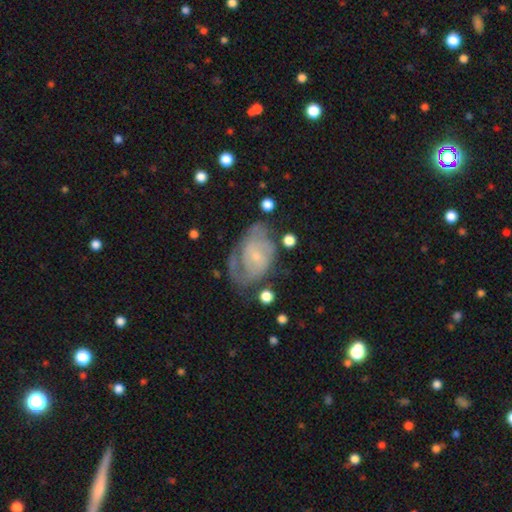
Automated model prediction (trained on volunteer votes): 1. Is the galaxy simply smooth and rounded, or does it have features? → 72% featured or disk, 22% smooth, 7% star or artifact.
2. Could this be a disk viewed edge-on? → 97% no, 3% yes.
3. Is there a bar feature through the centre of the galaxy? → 59% no, 34% weak, 7% strong.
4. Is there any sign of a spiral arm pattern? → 81% yes, 19% no.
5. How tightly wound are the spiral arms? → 47% tight, 37% medium, 16% loose.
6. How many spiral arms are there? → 38% 2, 37% can't tell, 12% 1, 7% 3, 3% 4, 2% more than 4.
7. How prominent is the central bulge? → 76% small, 17% moderate, 5% none, 1% large, 1% dominant.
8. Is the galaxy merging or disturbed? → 45% none, 27% minor disturbance, 25% major disturbance, 4% merger.